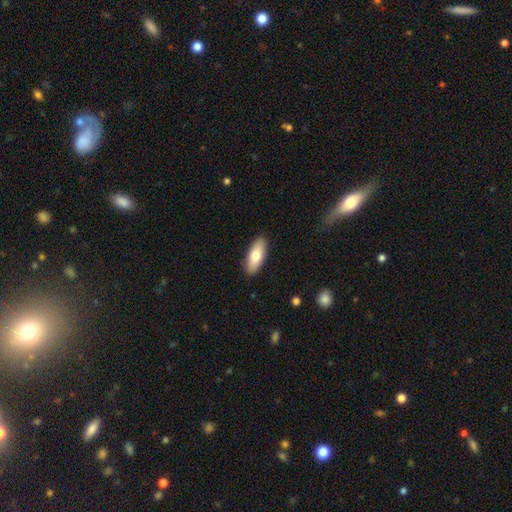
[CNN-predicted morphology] Q: Smooth or featured?
A: smooth (74%); runner-up: featured or disk (20%)
Q: How rounded?
A: in between (79%); runner-up: cigar-shaped (19%)
Q: Merging?
A: none (90%); runner-up: minor disturbance (7%)